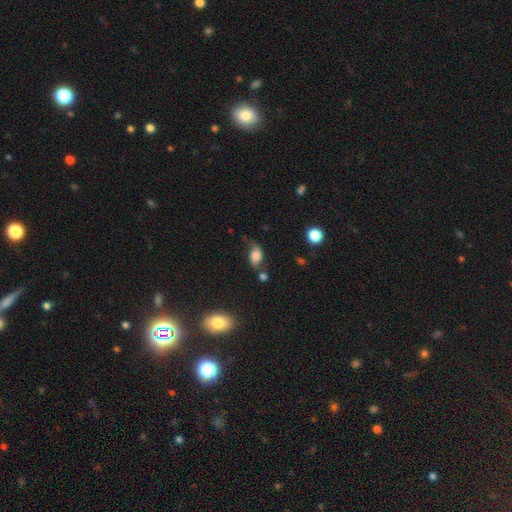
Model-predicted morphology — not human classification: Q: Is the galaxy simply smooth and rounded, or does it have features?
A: smooth — 62%.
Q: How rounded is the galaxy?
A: in between — 80%.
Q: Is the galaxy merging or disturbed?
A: none — 42%.